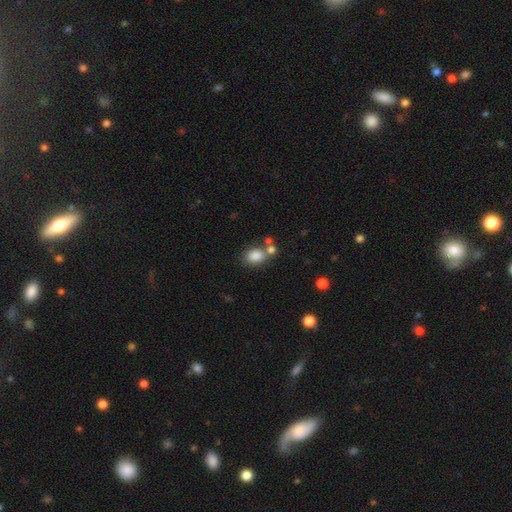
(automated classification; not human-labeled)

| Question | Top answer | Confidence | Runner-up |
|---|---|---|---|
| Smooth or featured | smooth | 84% | star or artifact (10%) |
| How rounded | in between | 66% | round (32%) |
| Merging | none | 59% | merger (24%) |